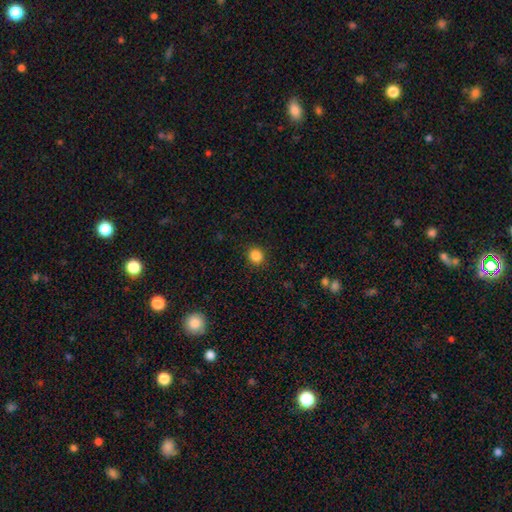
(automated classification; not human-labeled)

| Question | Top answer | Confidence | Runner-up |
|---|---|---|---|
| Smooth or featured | smooth | 86% | star or artifact (11%) |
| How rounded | round | 79% | in between (20%) |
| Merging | none | 89% | minor disturbance (8%) |